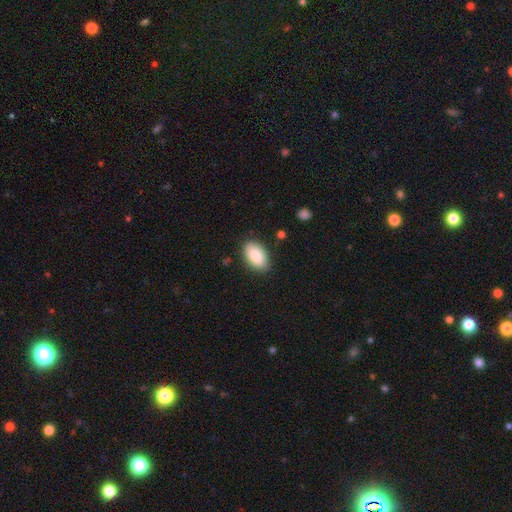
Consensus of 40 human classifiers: Smooth or featured? smooth (82%)
How rounded? in between (94%)
Merging? none (84%)